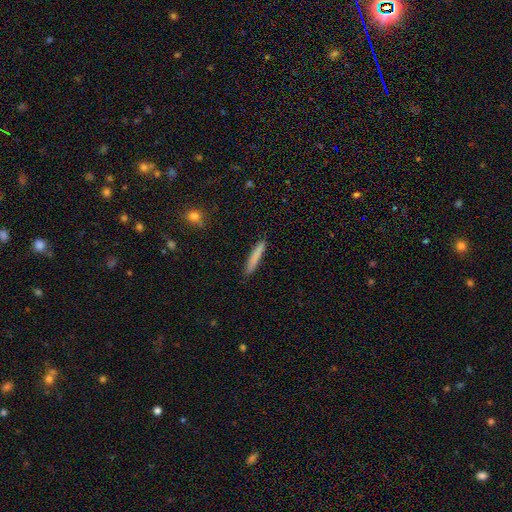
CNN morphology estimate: Smooth or featured? Predicted: smooth (p=0.80). How rounded? Predicted: cigar-shaped (p=0.95). Merging? Predicted: none (p=0.90).